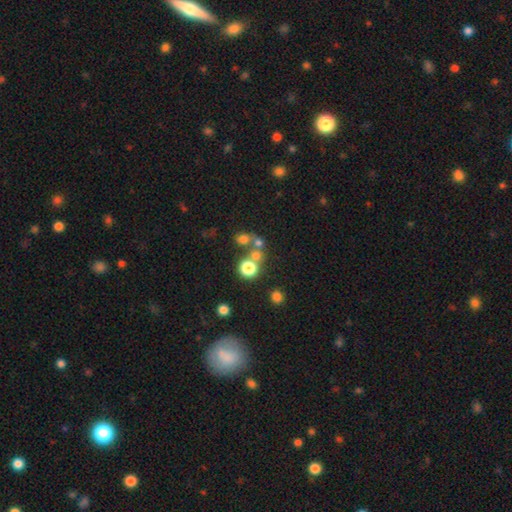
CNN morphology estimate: type=smooth (66%); roundness=round (86%); merging=none (51%).